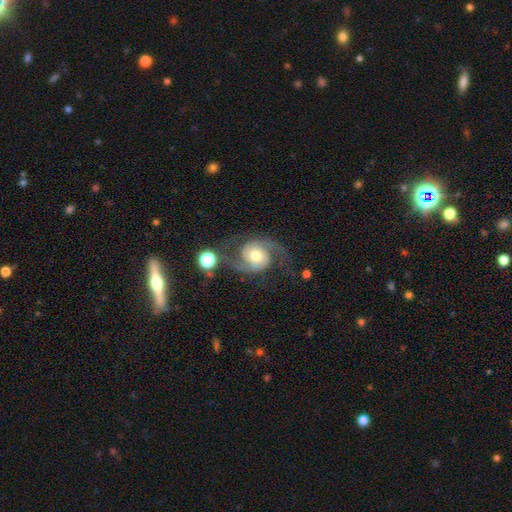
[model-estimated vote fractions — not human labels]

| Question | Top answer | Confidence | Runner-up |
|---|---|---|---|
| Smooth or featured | featured or disk | 85% | smooth (9%) |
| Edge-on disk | no | 98% | yes (2%) |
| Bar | no | 69% | weak (24%) |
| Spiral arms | yes | 97% | no (3%) |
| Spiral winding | medium | 50% | loose (36%) |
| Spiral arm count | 2 | 93% | can't tell (2%) |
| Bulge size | moderate | 66% | small (19%) |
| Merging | none | 67% | minor disturbance (16%) |